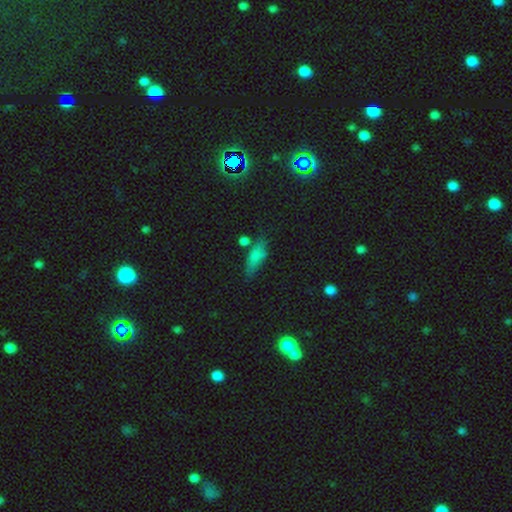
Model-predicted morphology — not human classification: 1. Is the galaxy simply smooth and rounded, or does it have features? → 69% smooth, 17% star or artifact, 13% featured or disk.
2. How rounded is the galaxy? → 60% in between, 33% cigar-shaped, 7% round.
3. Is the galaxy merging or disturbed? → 60% none, 22% minor disturbance, 10% merger, 9% major disturbance.